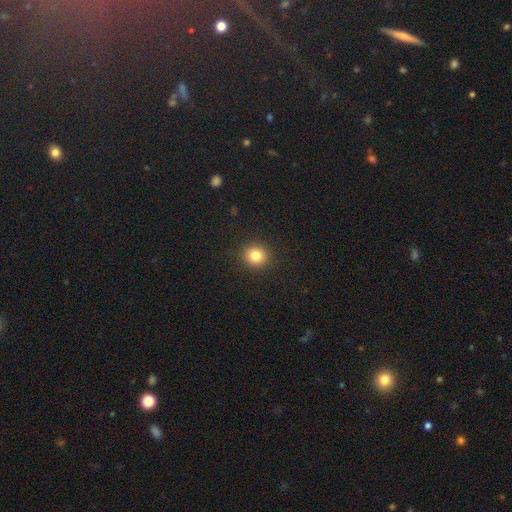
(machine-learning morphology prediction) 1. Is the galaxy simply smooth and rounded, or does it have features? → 82% smooth, 12% star or artifact, 6% featured or disk.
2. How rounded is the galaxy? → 86% round, 14% in between, 1% cigar-shaped.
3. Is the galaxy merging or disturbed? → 91% none, 6% minor disturbance, 2% major disturbance, 1% merger.